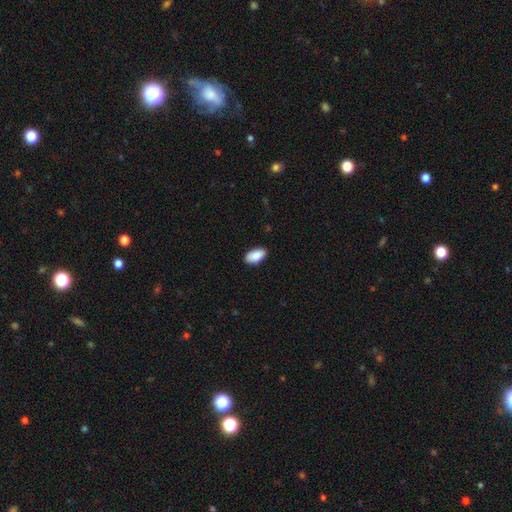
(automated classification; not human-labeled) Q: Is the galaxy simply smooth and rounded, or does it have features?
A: smooth — 89%.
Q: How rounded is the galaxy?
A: in between — 95%.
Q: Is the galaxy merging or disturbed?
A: none — 87%.